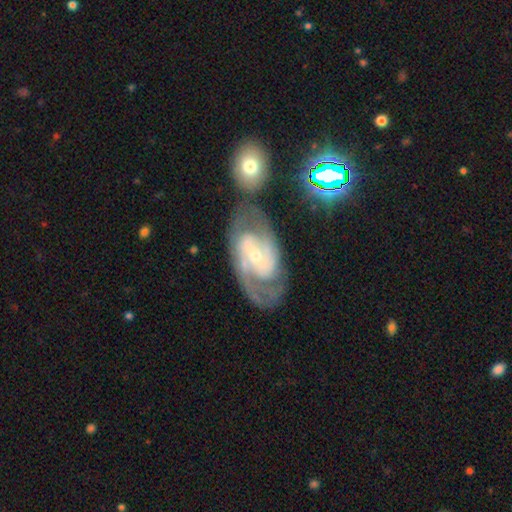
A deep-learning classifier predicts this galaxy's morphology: Smooth or featured? featured or disk (87%)
Edge-on disk? no (96%)
Bar? weak (45%)
Spiral arms? yes (96%)
Spiral winding? medium (46%)
Spiral arm count? 2 (75%)
Bulge size? small (59%)
Merging? none (65%)